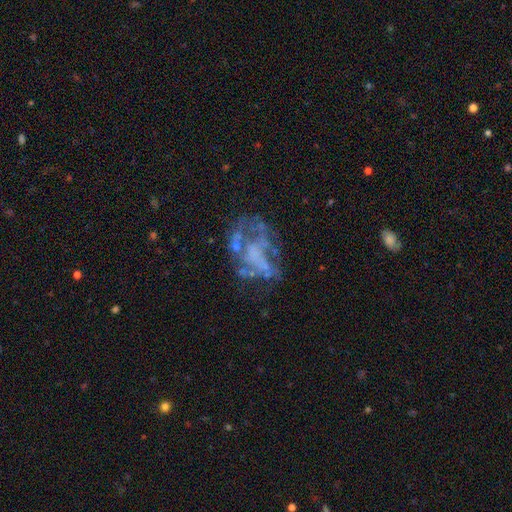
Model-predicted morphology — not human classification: smooth_or_featured: featured or disk (p=0.69) [alt: smooth p=0.16]
disk_edge_on: no (p=0.98) [alt: yes p=0.02]
bar: no (p=0.86) [alt: weak p=0.10]
has_spiral_arms: no (p=0.80) [alt: yes p=0.20]
bulge_size: none (p=0.75) [alt: moderate p=0.10]
merging: none (p=0.40) [alt: major disturbance p=0.34]